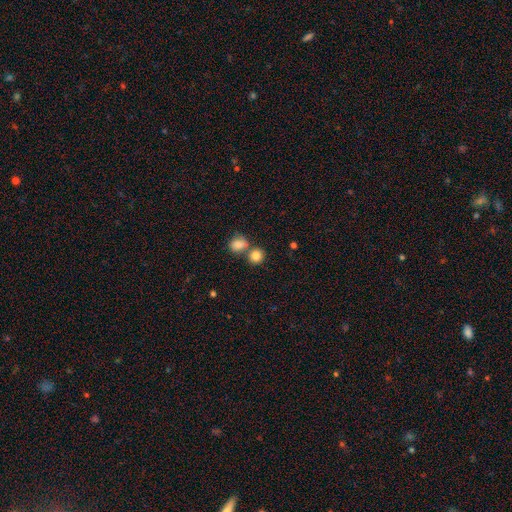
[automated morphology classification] A smooth galaxy with no disk features (84%) that is round (81%).

Vote fractions:
- Smooth or featured? smooth: 84% / star or artifact: 10% / featured or disk: 7%
- How rounded? round: 81% / in between: 18% / cigar-shaped: 1%
- Merging? none: 52% / merger: 36% / minor disturbance: 9% / major disturbance: 3%